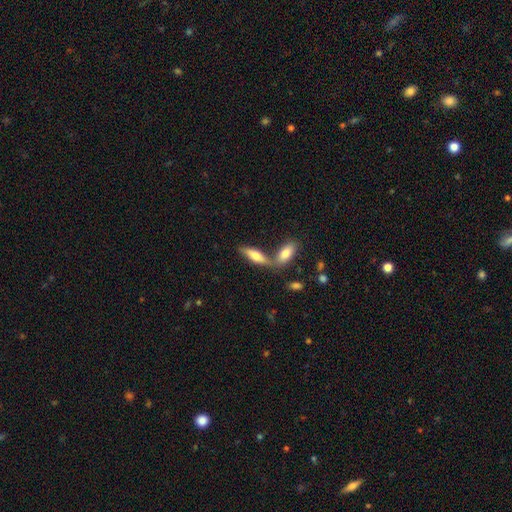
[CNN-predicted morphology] smooth-or-featured: smooth: 61% | featured or disk: 32% | star or artifact: 7%
  how-rounded: in between: 53% | cigar-shaped: 44% | round: 3%
  merging: merger: 45% | none: 42% | minor disturbance: 10% | major disturbance: 4%